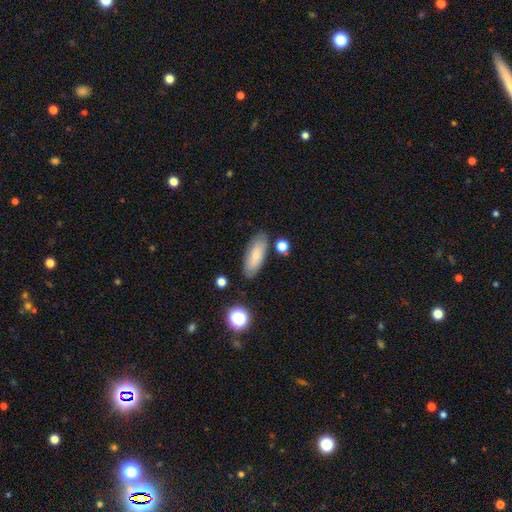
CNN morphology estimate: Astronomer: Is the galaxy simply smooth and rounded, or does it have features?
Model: smooth — 80%.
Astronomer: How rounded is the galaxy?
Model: in between — 72%.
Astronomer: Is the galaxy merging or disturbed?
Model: none — 81%.